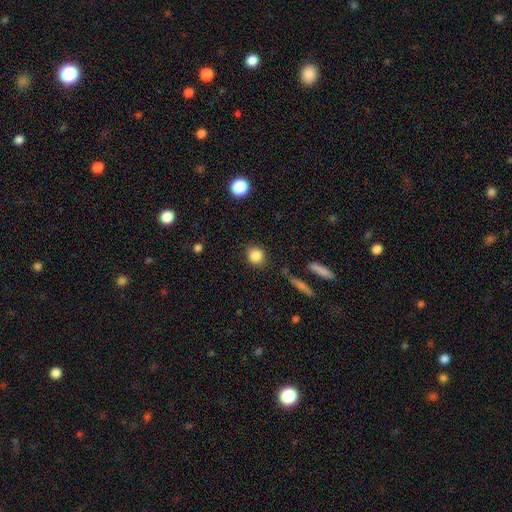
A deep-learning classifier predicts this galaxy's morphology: Overall: smooth (85%). How rounded: round (77%). Merging: none (85%).